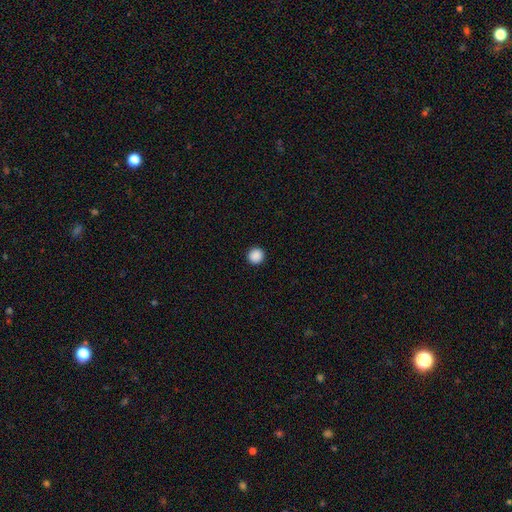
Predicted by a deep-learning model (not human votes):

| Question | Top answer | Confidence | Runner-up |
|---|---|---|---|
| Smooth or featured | smooth | 89% | star or artifact (9%) |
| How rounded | round | 96% | in between (3%) |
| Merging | none | 94% | minor disturbance (4%) |